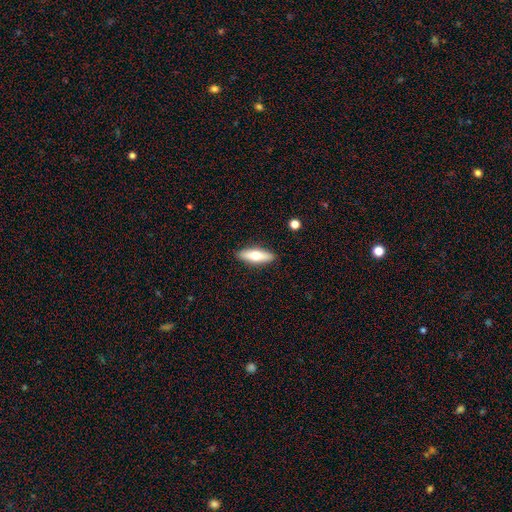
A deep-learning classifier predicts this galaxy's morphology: Smooth or featured? Predicted: smooth (p=0.61). How rounded? Predicted: in between (p=0.50). Merging? Predicted: none (p=0.89).